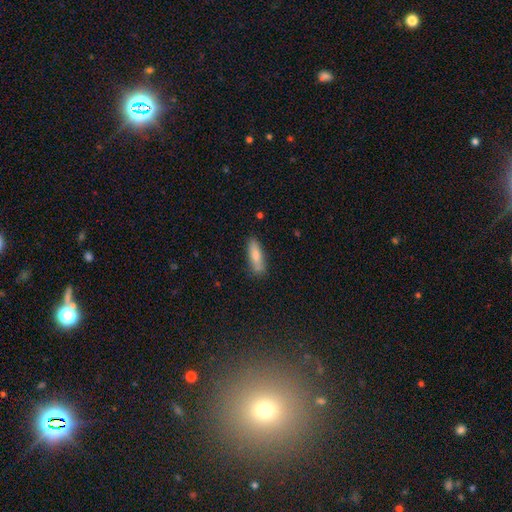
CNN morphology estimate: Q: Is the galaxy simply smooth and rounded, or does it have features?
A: smooth — 81%.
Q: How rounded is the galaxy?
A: cigar-shaped — 55%.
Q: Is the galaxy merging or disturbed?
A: none — 75%.